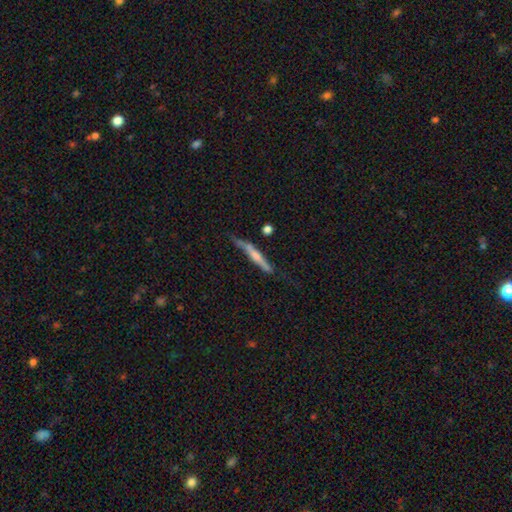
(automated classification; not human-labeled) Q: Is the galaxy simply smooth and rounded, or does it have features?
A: featured or disk — 55%.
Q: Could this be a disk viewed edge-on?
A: yes — 92%.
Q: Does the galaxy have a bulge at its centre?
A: rounded — 52%.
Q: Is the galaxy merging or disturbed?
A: none — 61%.